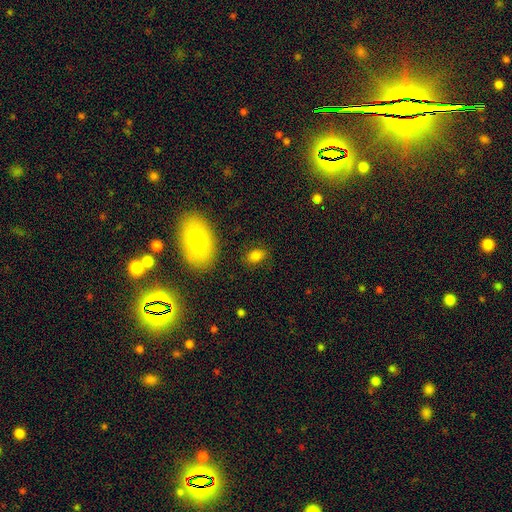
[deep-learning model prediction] This appears to be a smooth galaxy with no disk features (82%) that is in between round and cigar-shaped (81%). Merging: none (81%).